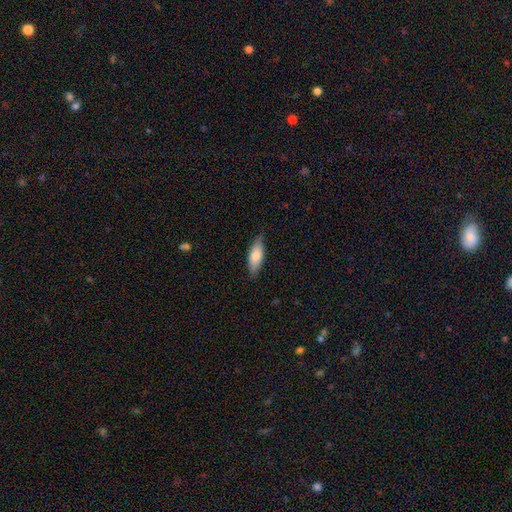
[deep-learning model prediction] Smooth or featured? smooth (77%)
How rounded? in between (68%)
Merging? none (79%)